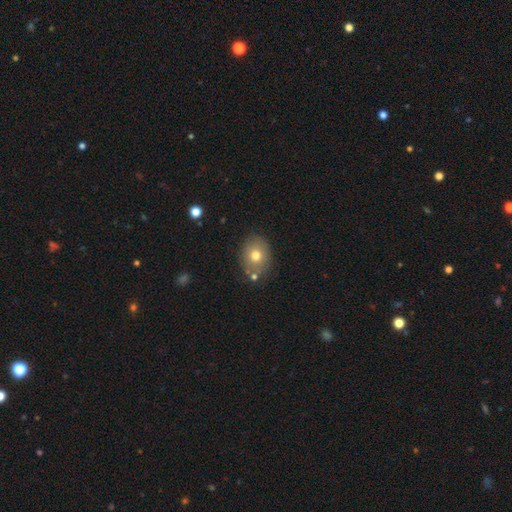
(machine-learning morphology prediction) The model was most divided on "how rounded": in between: 55%, round: 44%, cigar-shaped: 1%. More confident: merging — none (76%); smooth or featured — smooth (73%).